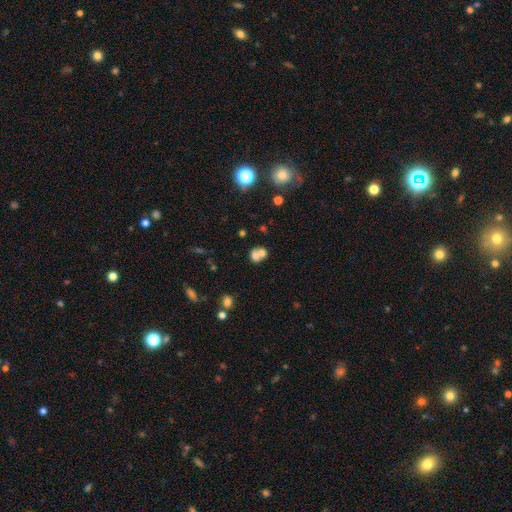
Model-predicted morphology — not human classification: smooth_or_featured: smooth (p=0.66) [alt: featured or disk p=0.21]
how_rounded: round (p=0.64) [alt: in between p=0.35]
merging: merger (p=0.64) [alt: none p=0.26]